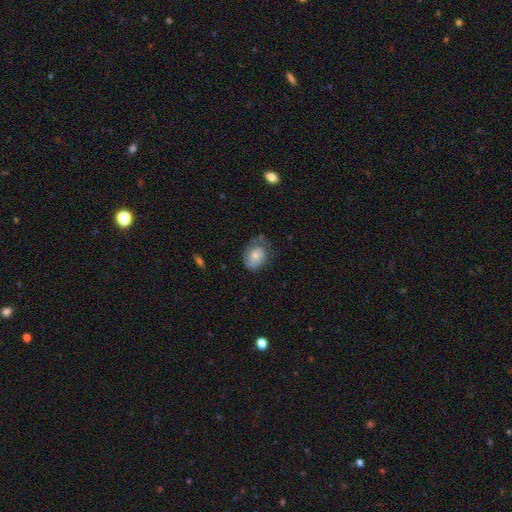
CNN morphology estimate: The model was most divided on "merging": none: 49%, minor disturbance: 33%, major disturbance: 15%, merger: 3%. More confident: smooth or featured — smooth (71%); how rounded — in between (60%).